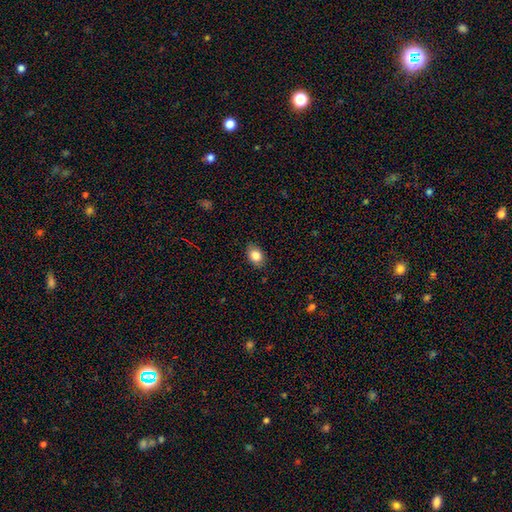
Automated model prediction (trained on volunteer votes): Q: Smooth or featured?
A: smooth (84%); runner-up: star or artifact (9%)
Q: How rounded?
A: in between (72%); runner-up: round (27%)
Q: Merging?
A: none (85%); runner-up: minor disturbance (12%)